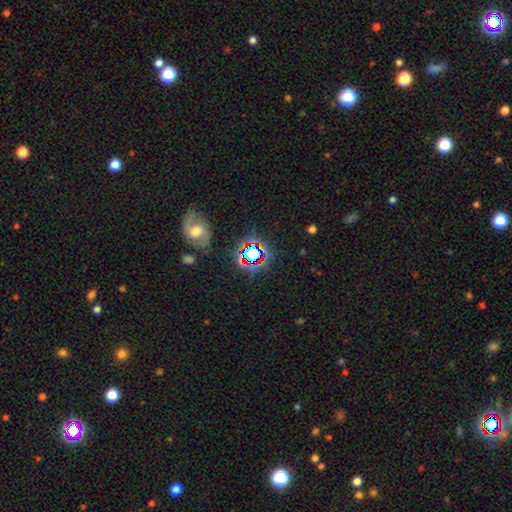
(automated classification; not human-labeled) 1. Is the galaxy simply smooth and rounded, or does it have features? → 61% star or artifact, 26% smooth, 13% featured or disk.